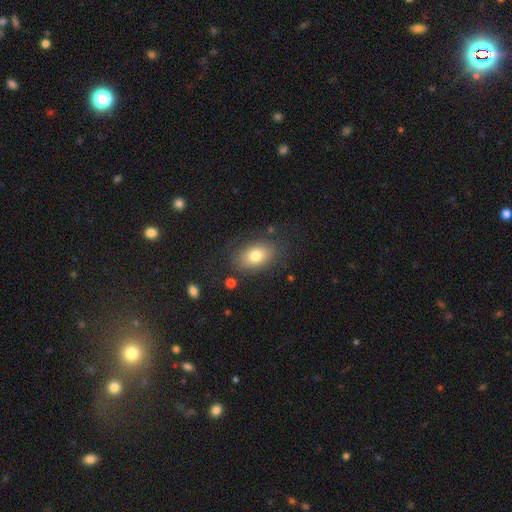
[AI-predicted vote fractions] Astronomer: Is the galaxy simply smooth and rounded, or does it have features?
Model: smooth — 76%.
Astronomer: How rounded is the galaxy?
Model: in between — 84%.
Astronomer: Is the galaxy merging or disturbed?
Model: none — 79%.